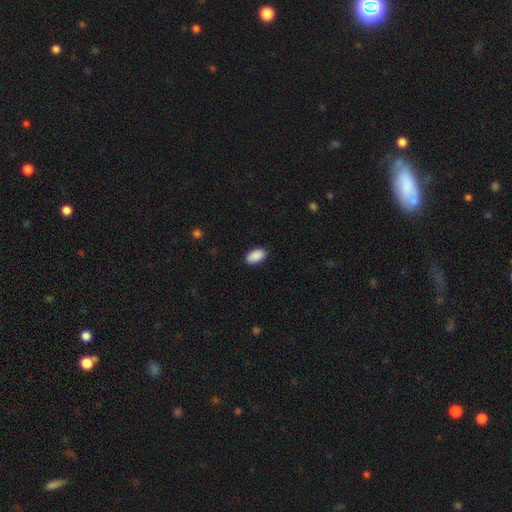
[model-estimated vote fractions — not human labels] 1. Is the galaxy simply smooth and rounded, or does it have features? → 91% smooth, 6% star or artifact, 3% featured or disk.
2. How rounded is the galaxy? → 95% in between, 3% round, 2% cigar-shaped.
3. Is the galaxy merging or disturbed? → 89% none, 9% minor disturbance, 2% major disturbance, 1% merger.